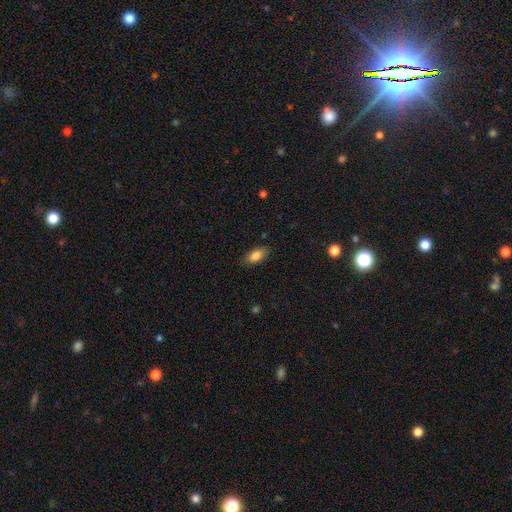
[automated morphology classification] Smooth or featured? Predicted: smooth (p=0.84). How rounded? Predicted: in between (p=0.90). Merging? Predicted: none (p=0.84).